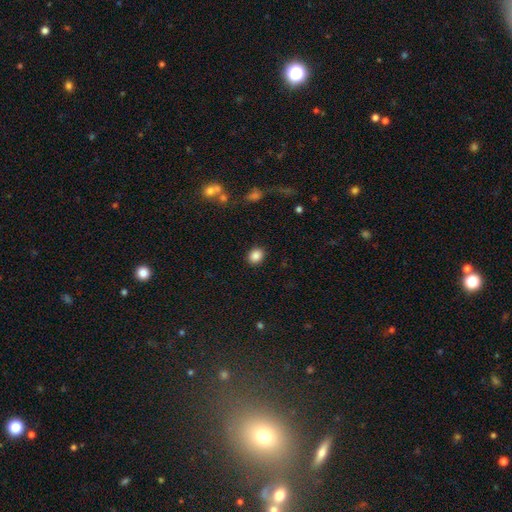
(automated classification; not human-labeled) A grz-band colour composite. It shows a smooth galaxy with no disk features (87%) that is round (57%). Merging: none (89%).